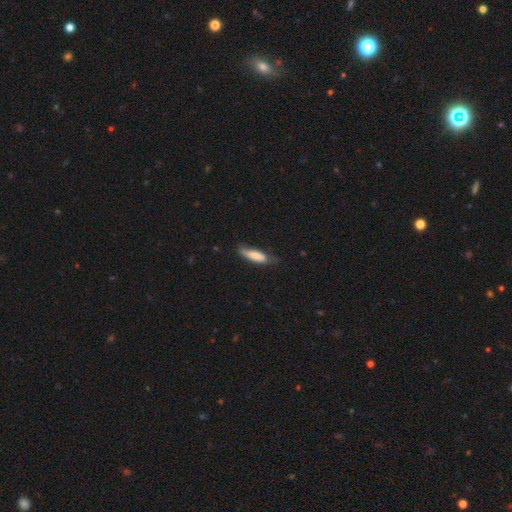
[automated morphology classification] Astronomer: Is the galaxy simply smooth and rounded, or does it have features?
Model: smooth — 79%.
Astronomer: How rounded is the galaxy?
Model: cigar-shaped — 61% (runner-up: in between, 37%).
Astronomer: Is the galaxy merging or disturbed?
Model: none — 61%.